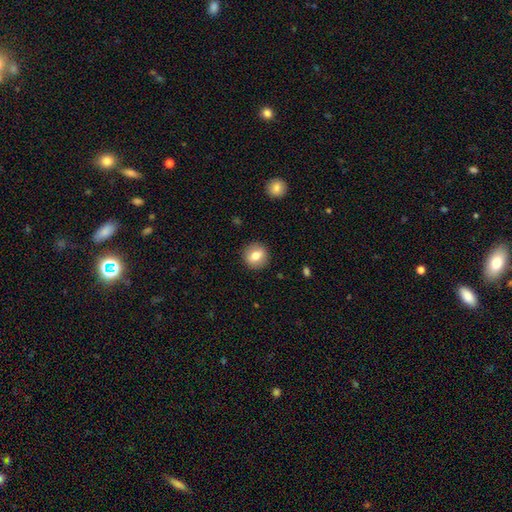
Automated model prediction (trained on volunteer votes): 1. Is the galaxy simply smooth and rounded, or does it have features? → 75% smooth, 16% featured or disk, 8% star or artifact.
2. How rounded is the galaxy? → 82% round, 16% in between, 1% cigar-shaped.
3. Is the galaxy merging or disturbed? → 90% none, 7% minor disturbance, 2% major disturbance, 1% merger.